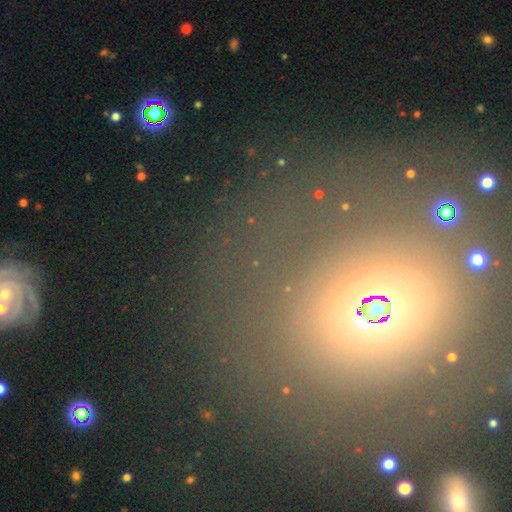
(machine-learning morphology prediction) Smooth or featured? Predicted: smooth (p=0.43). Merging? Predicted: none (p=0.74).